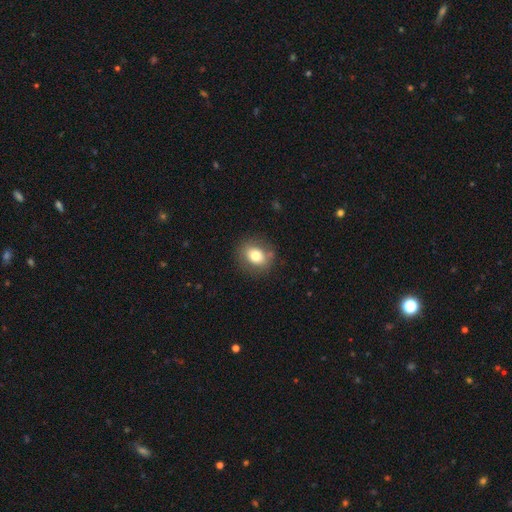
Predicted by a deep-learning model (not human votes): A smooth galaxy with no disk features (76%) that is round (51%). Merging: none (81%).